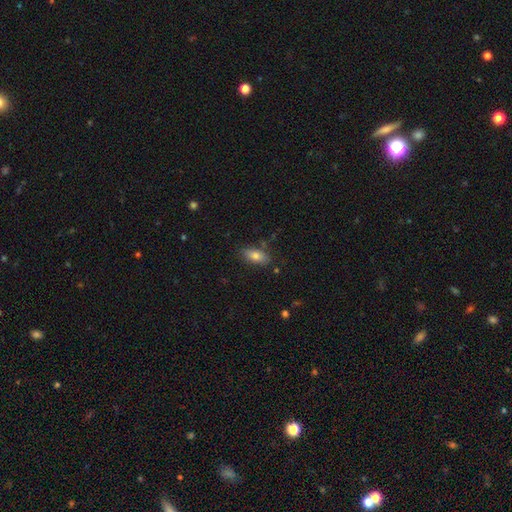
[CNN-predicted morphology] Smooth or featured? Predicted: smooth (p=0.78). How rounded? Predicted: in between (p=0.86). Merging? Predicted: none (p=0.78).